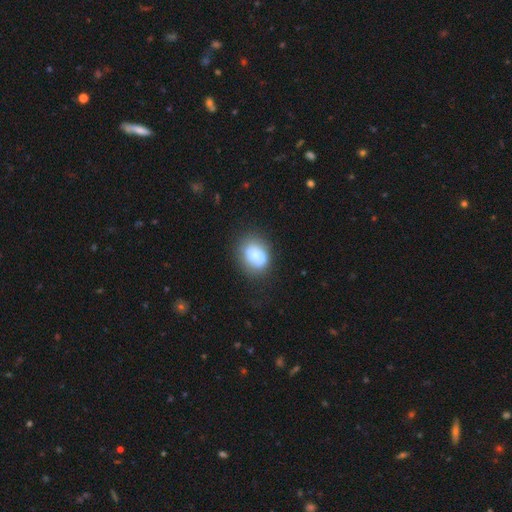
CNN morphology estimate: Smooth or featured? Predicted: smooth (p=0.68). How rounded? Predicted: in between (p=0.51). Merging? Predicted: none (p=0.59).